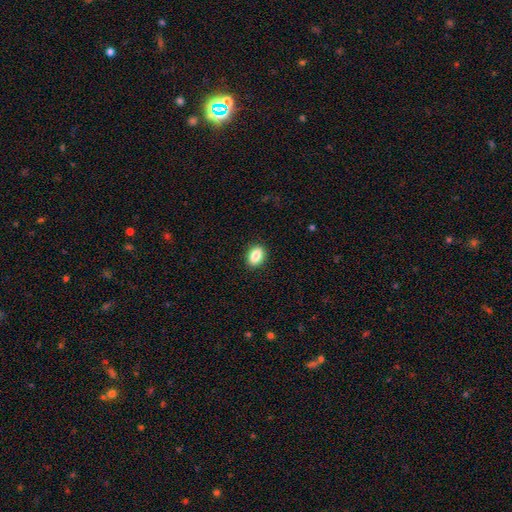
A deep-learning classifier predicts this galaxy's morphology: smooth_or_featured: smooth (p=0.87) [alt: star or artifact p=0.08]
how_rounded: in between (p=0.79) [alt: round p=0.19]
merging: none (p=0.90) [alt: minor disturbance p=0.07]